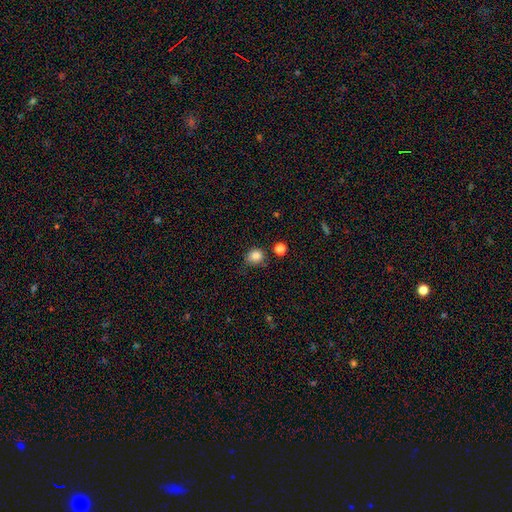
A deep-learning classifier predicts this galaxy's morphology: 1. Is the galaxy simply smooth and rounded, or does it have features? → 83% smooth, 11% star or artifact, 5% featured or disk.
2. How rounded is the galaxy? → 75% round, 24% in between, 1% cigar-shaped.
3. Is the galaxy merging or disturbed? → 69% none, 20% minor disturbance, 6% merger, 5% major disturbance.